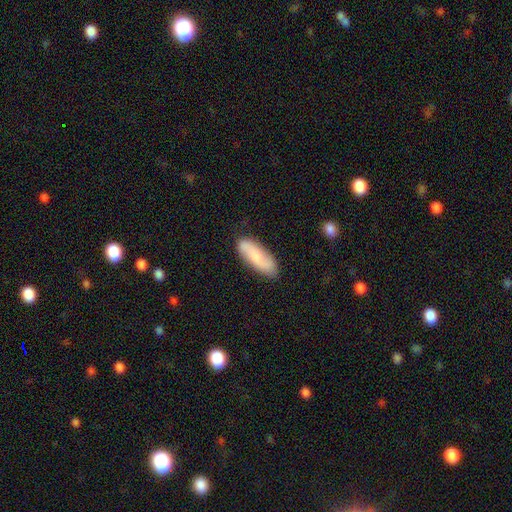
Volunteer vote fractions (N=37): Smooth or featured? 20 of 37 (54%) said smooth. How rounded? 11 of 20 (55%) said in between. Merging? 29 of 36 (81%) said none.